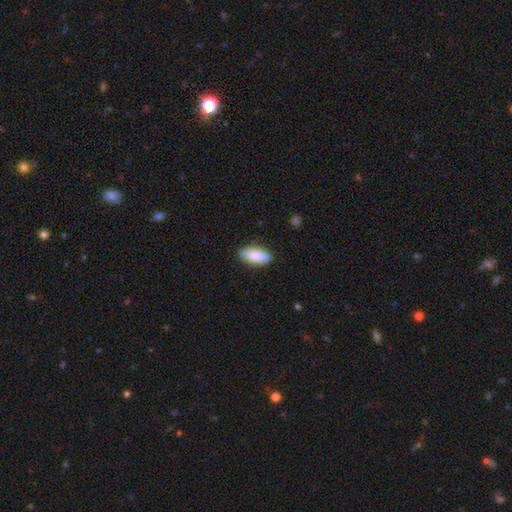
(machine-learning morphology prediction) Q: Smooth or featured?
A: smooth (85%); runner-up: featured or disk (10%)
Q: How rounded?
A: in between (81%); runner-up: cigar-shaped (17%)
Q: Merging?
A: none (85%); runner-up: minor disturbance (11%)